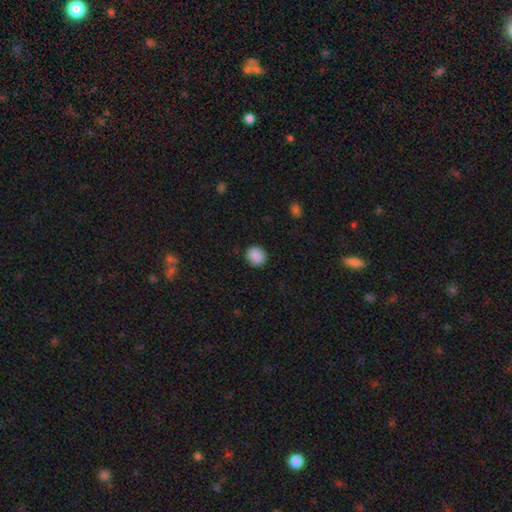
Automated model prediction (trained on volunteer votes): smooth 89%, star or artifact 8%, featured or disk 3%. Down the decision tree: how rounded — round (81%); merging — none (89%).